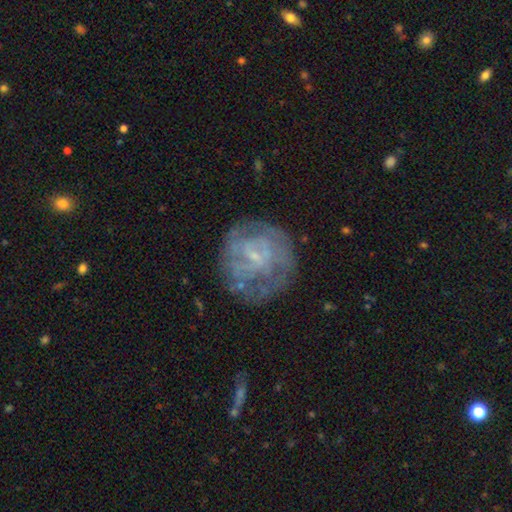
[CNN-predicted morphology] Smooth or featured?
  - featured or disk: 69% *
  - smooth: 21%
  - star or artifact: 10%
Edge-on disk?
  - no: 97% *
  - yes: 3%
Bar?
  - no: 49% *
  - weak: 42%
  - strong: 9%
Spiral arms?
  - yes: 66% *
  - no: 34%
Bulge size?
  - small: 65% *
  - none: 20%
  - moderate: 13%
  - large: 1%
  - dominant: 1%
Merging?
  - none: 66% *
  - minor disturbance: 18%
  - major disturbance: 13%
  - merger: 2%